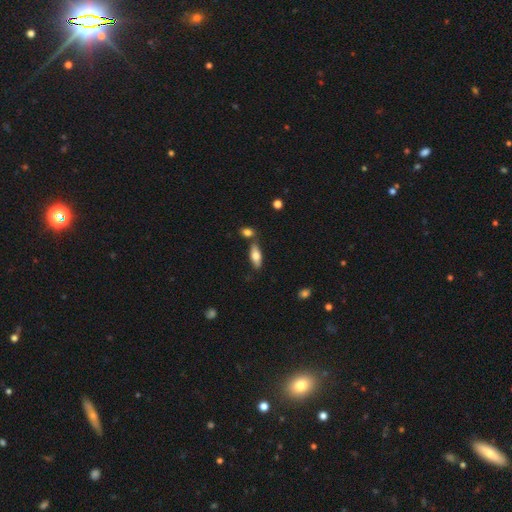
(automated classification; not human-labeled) A smooth galaxy with no disk features (70%) that is in between round and cigar-shaped (67%). Merging: none (73%).